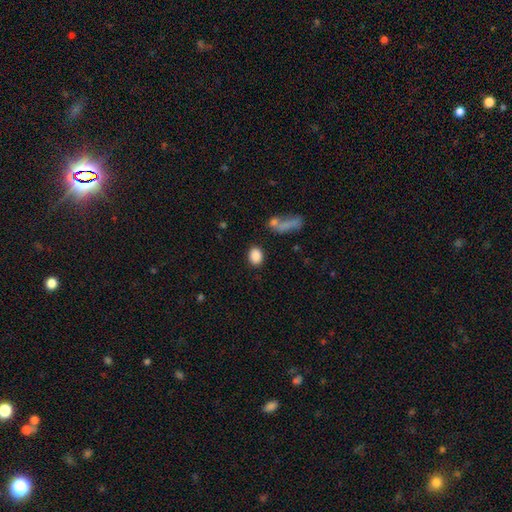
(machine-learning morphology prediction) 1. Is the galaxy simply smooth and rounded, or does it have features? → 87% smooth, 9% star or artifact, 4% featured or disk.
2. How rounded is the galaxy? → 70% in between, 28% round, 2% cigar-shaped.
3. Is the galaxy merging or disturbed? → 81% none, 10% minor disturbance, 5% merger, 4% major disturbance.